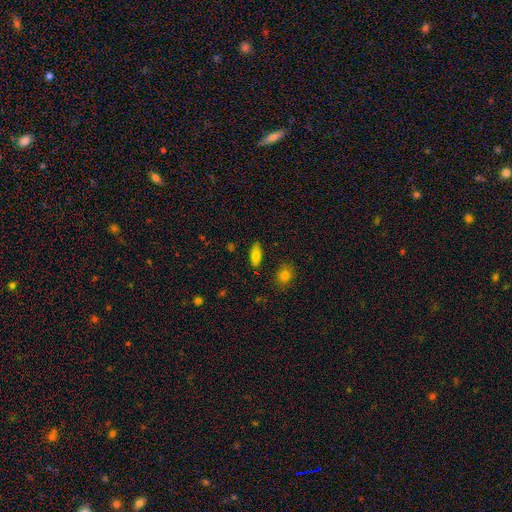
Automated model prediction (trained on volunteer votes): Smooth or featured? smooth (78%)
How rounded? in between (82%)
Merging? none (85%)